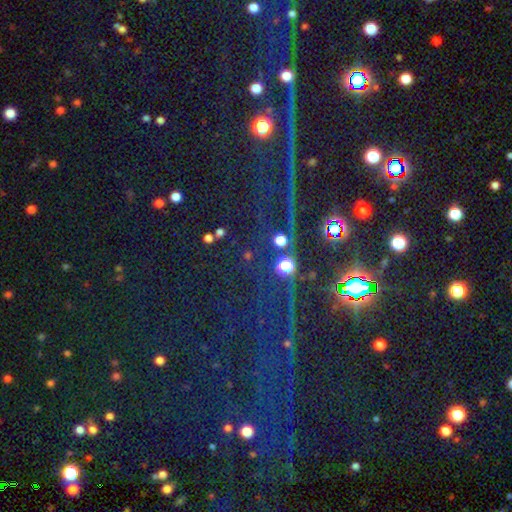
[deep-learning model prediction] The model was most divided on "smooth or featured": star or artifact: 81%, smooth: 11%, featured or disk: 8%.